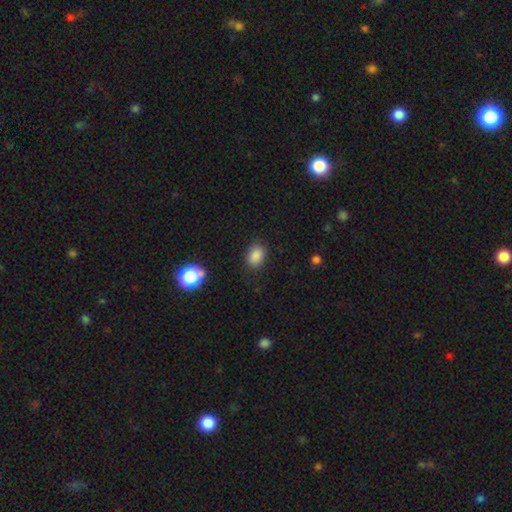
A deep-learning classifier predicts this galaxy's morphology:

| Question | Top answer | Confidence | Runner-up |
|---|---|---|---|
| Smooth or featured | smooth | 85% | star or artifact (11%) |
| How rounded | in between | 71% | round (28%) |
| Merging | none | 83% | minor disturbance (12%) |